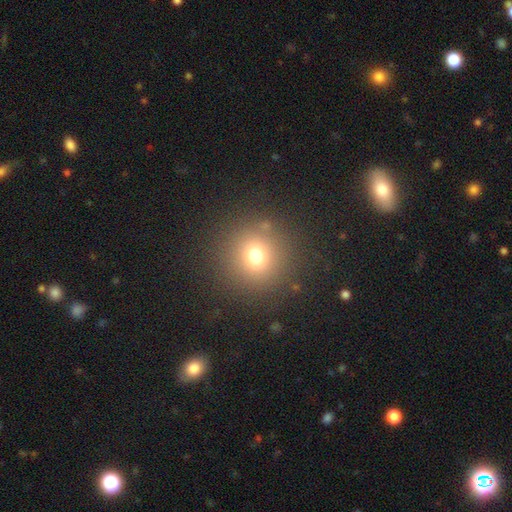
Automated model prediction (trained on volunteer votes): Smooth or featured? Predicted: smooth (p=0.72). How rounded? Predicted: round (p=0.93). Merging? Predicted: none (p=0.87).